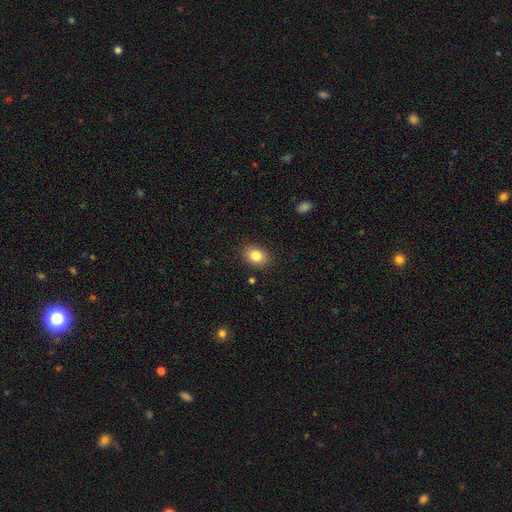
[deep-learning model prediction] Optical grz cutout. It shows a smooth galaxy with no disk features (83%) that is in between round and cigar-shaped (72%). Merging: none (88%).